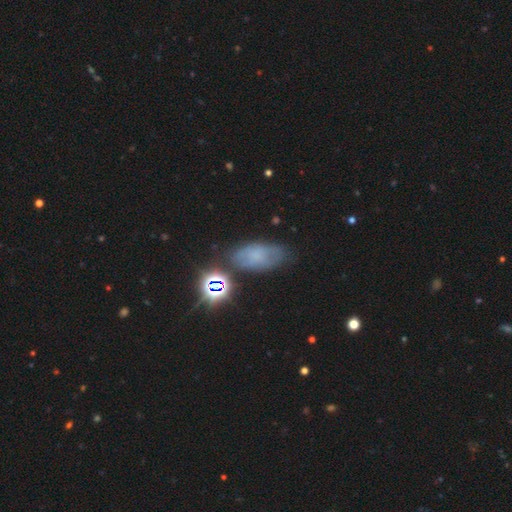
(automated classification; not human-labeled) A smooth galaxy with no disk features (50%) that is in between round and cigar-shaped (88%). Merging: none (65%).